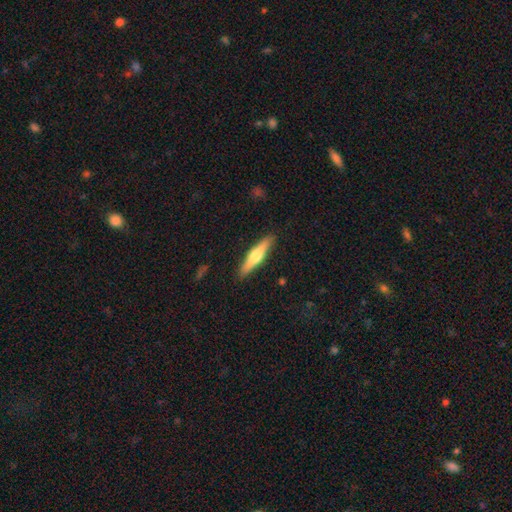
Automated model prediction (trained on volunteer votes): featured or disk 49%, smooth 46%, star or artifact 5%. Down the decision tree: merging — none (90%).